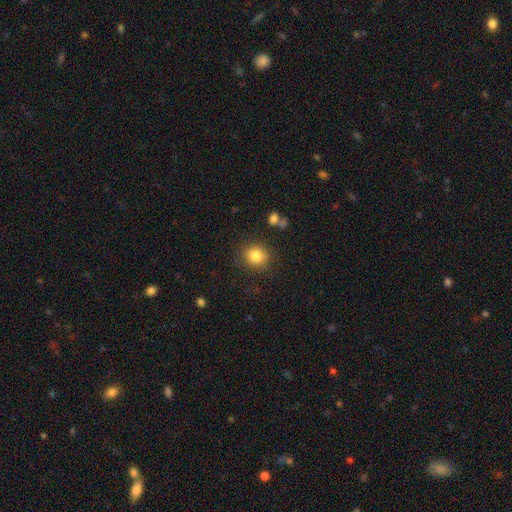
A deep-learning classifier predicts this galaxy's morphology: Smooth or featured?
  - smooth: 84% *
  - star or artifact: 11%
  - featured or disk: 6%
How rounded?
  - round: 80% *
  - in between: 20%
  - cigar-shaped: 1%
Merging?
  - none: 84% *
  - minor disturbance: 10%
  - major disturbance: 3%
  - merger: 2%